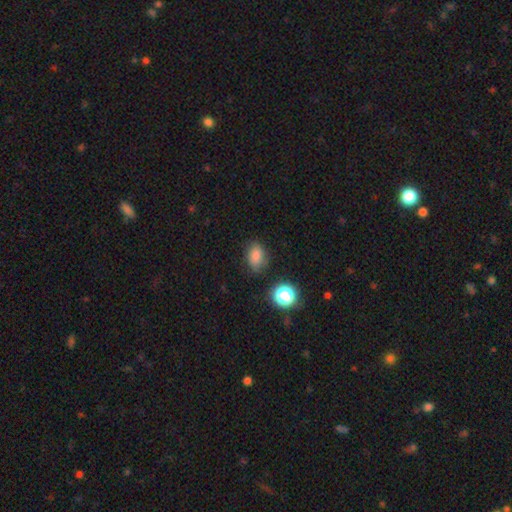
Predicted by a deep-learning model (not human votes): smooth-or-featured: smooth: 81% | star or artifact: 13% | featured or disk: 6%
  how-rounded: in between: 78% | round: 20% | cigar-shaped: 2%
  merging: none: 77% | minor disturbance: 16% | major disturbance: 4% | merger: 3%